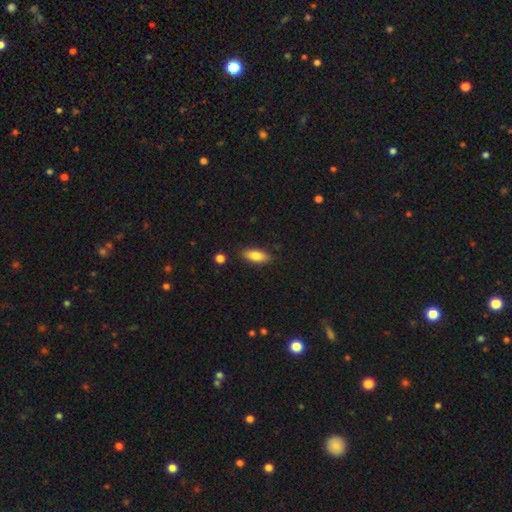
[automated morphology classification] Smooth or featured?
  - smooth: 82% *
  - featured or disk: 11%
  - star or artifact: 7%
How rounded?
  - in between: 84% *
  - cigar-shaped: 14%
  - round: 3%
Merging?
  - none: 83% *
  - minor disturbance: 12%
  - major disturbance: 2%
  - merger: 2%